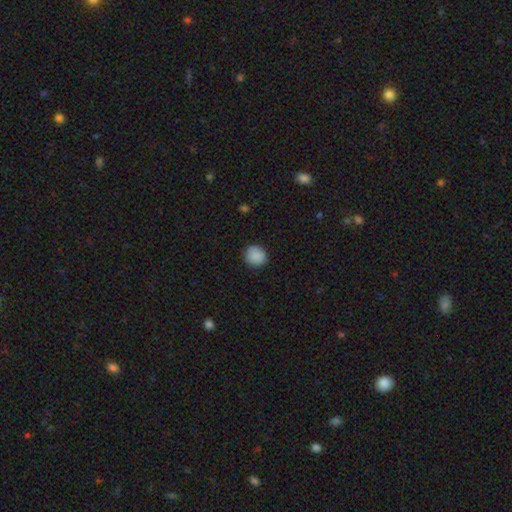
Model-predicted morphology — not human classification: smooth_or_featured: smooth (p=0.89) [alt: star or artifact p=0.08]
how_rounded: round (p=0.85) [alt: in between p=0.14]
merging: none (p=0.88) [alt: minor disturbance p=0.09]